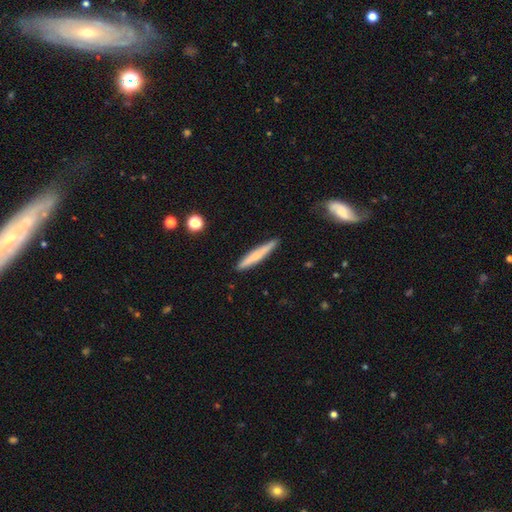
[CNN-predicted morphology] This appears to be a smooth galaxy with no disk features (64%) that is cigar-shaped (94%). Merging: none (87%).